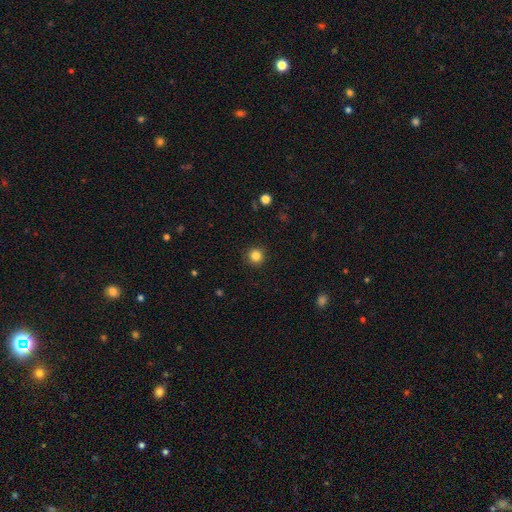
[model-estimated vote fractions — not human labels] Overall: smooth (84%). How rounded: round (95%). Merging: none (92%).